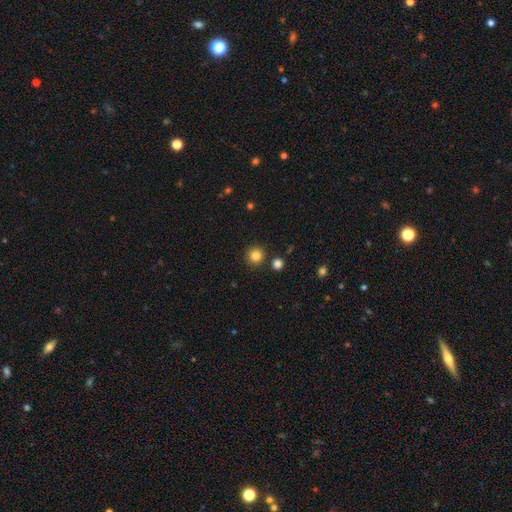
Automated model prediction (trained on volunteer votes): Smooth or featured?
  - smooth: 84% *
  - star or artifact: 12%
  - featured or disk: 4%
How rounded?
  - round: 95% *
  - in between: 4%
  - cigar-shaped: 1%
Merging?
  - none: 88% *
  - minor disturbance: 6%
  - merger: 4%
  - major disturbance: 2%